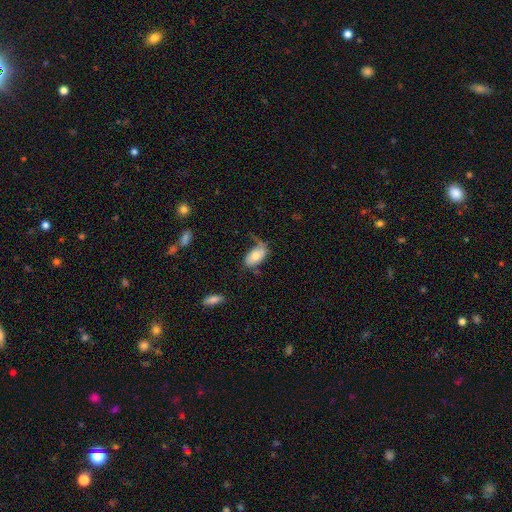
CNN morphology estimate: The model was most divided on "merging": none: 39%, minor disturbance: 29%, major disturbance: 26%, merger: 6%. More confident: how rounded — in between (93%); smooth or featured — smooth (67%).